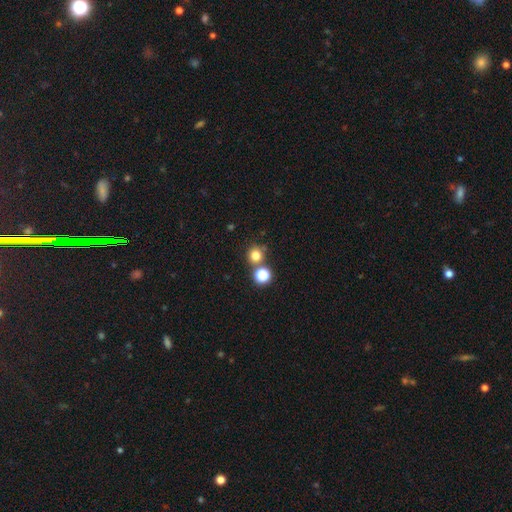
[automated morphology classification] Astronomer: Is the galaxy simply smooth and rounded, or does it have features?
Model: smooth — 77%.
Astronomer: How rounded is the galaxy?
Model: round — 91%.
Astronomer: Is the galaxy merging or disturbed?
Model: none — 71%.